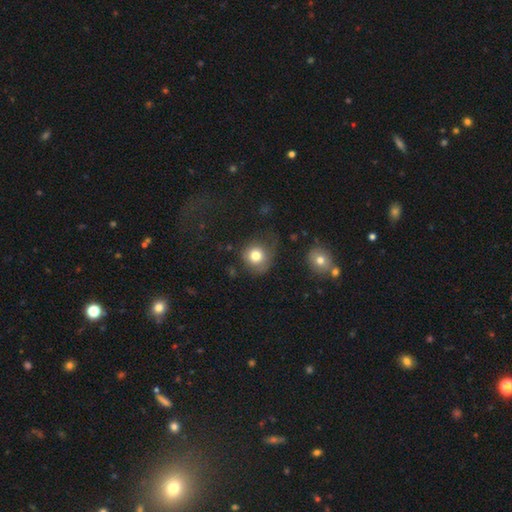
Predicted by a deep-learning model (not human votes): The model was most divided on "merging": none: 55%, minor disturbance: 25%, major disturbance: 17%, merger: 3%. More confident: how rounded — round (86%); smooth or featured — smooth (78%).